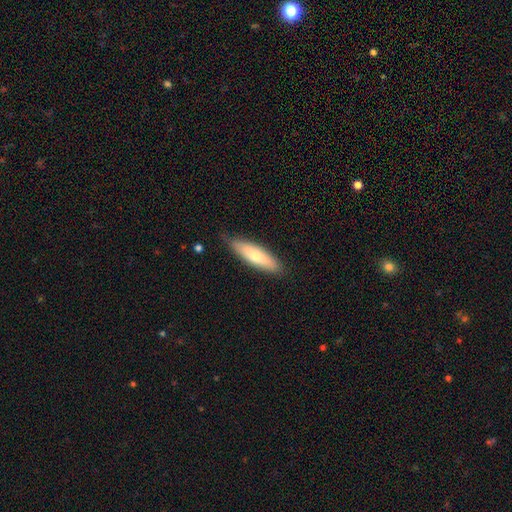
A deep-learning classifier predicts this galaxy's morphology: A smooth galaxy with no disk features (66%) that is cigar-shaped (57%).

Vote fractions:
- Smooth or featured? smooth: 66% / featured or disk: 28% / star or artifact: 6%
- How rounded? cigar-shaped: 57% / in between: 41% / round: 2%
- Merging? none: 81% / minor disturbance: 15% / major disturbance: 3% / merger: 1%